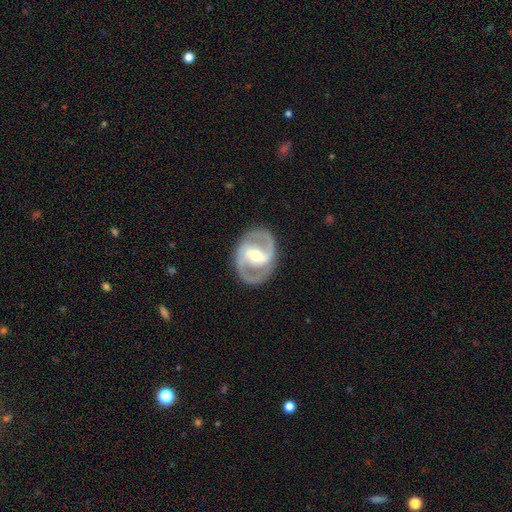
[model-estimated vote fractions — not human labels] Q: Smooth or featured?
A: featured or disk (87%); runner-up: smooth (9%)
Q: Edge-on disk?
A: no (97%); runner-up: yes (3%)
Q: Bar?
A: weak (42%); runner-up: strong (40%)
Q: Spiral arms?
A: yes (90%); runner-up: no (10%)
Q: Spiral winding?
A: medium (56%); runner-up: tight (28%)
Q: Spiral arm count?
A: 2 (91%); runner-up: can't tell (4%)
Q: Bulge size?
A: moderate (68%); runner-up: small (24%)
Q: Merging?
A: none (84%); runner-up: minor disturbance (10%)